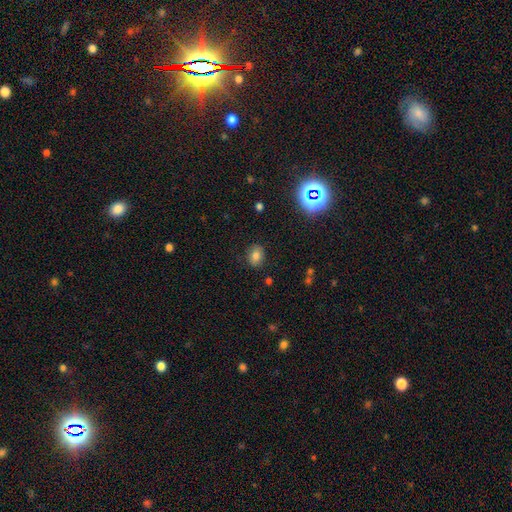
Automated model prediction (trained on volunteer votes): smooth_or_featured: smooth (p=0.78) [alt: star or artifact p=0.13]
how_rounded: in between (p=0.57) [alt: round p=0.42]
merging: none (p=0.85) [alt: minor disturbance p=0.11]